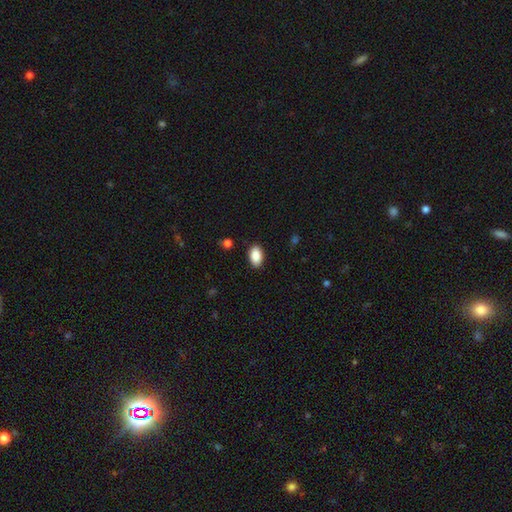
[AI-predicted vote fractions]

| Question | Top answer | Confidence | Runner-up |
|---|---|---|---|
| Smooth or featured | smooth | 89% | star or artifact (7%) |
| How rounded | in between | 93% | round (6%) |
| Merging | none | 89% | minor disturbance (8%) |